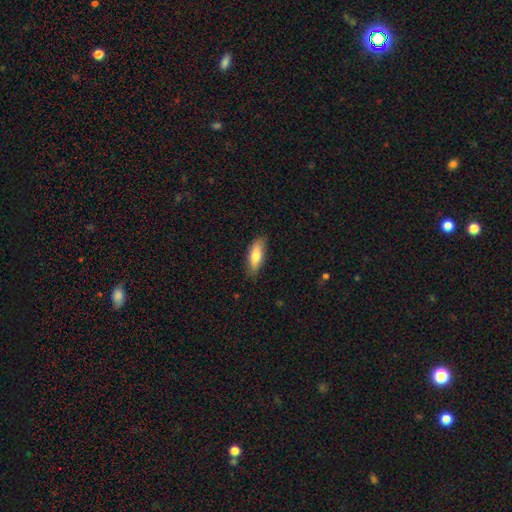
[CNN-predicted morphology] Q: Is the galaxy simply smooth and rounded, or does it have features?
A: smooth — 76%.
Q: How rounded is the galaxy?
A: in between — 67%.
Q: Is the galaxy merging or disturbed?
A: none — 82%.